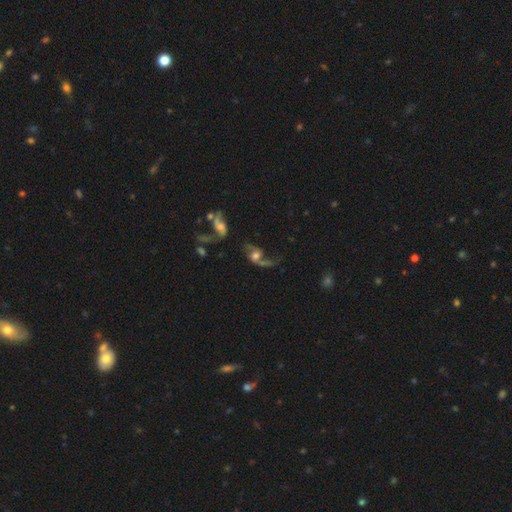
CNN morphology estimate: Q: Smooth or featured?
A: featured or disk (68%); runner-up: smooth (21%)
Q: Edge-on disk?
A: no (95%); runner-up: yes (5%)
Q: Bar?
A: no (62%); runner-up: weak (29%)
Q: Spiral arms?
A: yes (80%); runner-up: no (20%)
Q: Spiral winding?
A: loose (82%); runner-up: medium (14%)
Q: Spiral arm count?
A: 2 (65%); runner-up: 1 (27%)
Q: Bulge size?
A: moderate (51%); runner-up: large (22%)
Q: Merging?
A: major disturbance (33%); runner-up: none (30%)